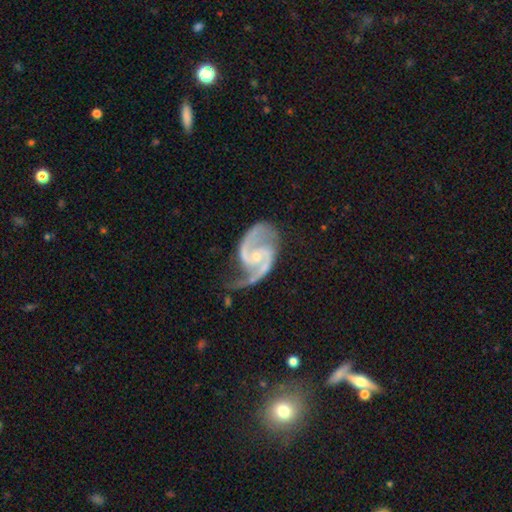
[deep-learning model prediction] featured or disk 93%, star or artifact 4%, smooth 3%. Down the decision tree: edge-on disk — no (98%); bar — no (52%); spiral arms — yes (98%); spiral arm count — 2 (93%); spiral winding — medium (61%); bulge size — small (68%); merging — none (61%).